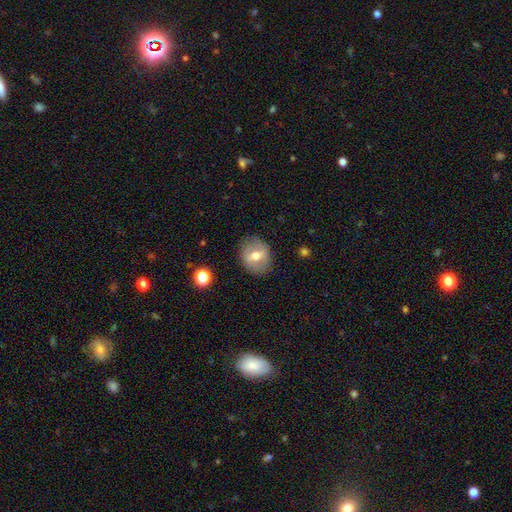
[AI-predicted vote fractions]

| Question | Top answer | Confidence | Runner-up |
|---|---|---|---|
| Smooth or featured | smooth | 48% | featured or disk (44%) |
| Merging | none | 83% | minor disturbance (12%) |